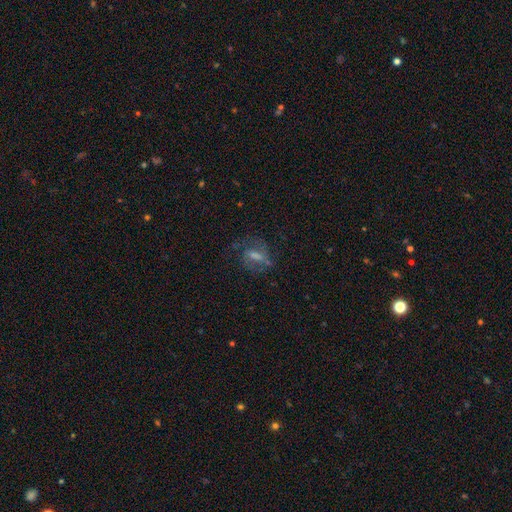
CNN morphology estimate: Q: Smooth or featured?
A: featured or disk (54%); runner-up: smooth (34%)
Q: Edge-on disk?
A: no (93%); runner-up: yes (7%)
Q: Merging?
A: none (55%); runner-up: major disturbance (22%)